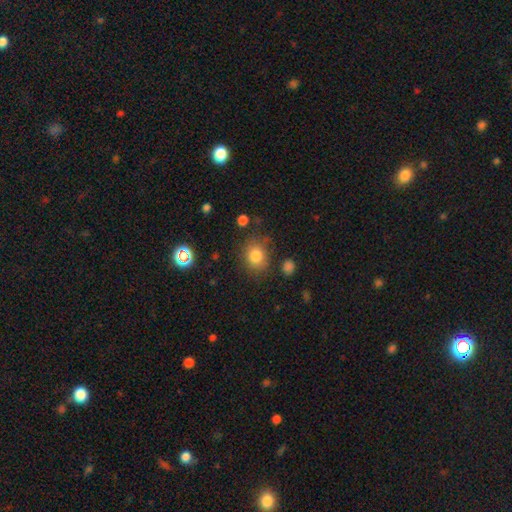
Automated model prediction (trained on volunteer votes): Overall: smooth (81%). How rounded: round (69%; in between 30%). Merging: none (74%).